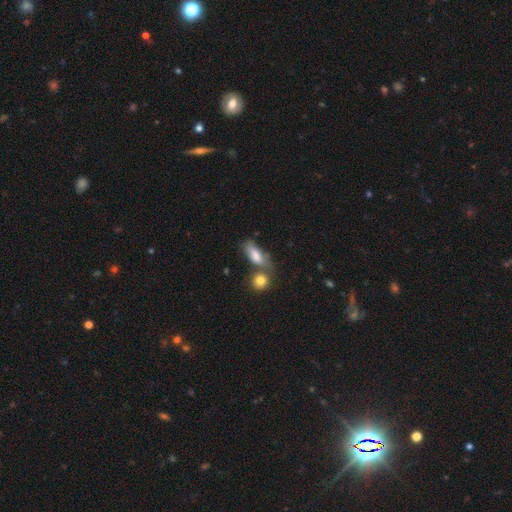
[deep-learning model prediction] Q: Smooth or featured?
A: smooth (79%); runner-up: featured or disk (13%)
Q: How rounded?
A: in between (72%); runner-up: cigar-shaped (24%)
Q: Merging?
A: none (46%); runner-up: merger (29%)